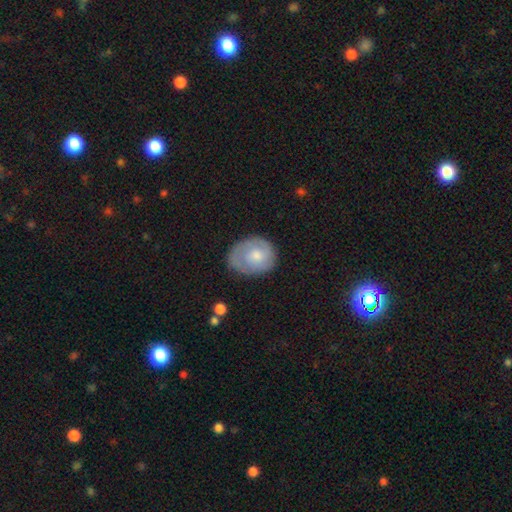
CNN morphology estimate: The model was most divided on "how rounded": in between: 51%, round: 48%, cigar-shaped: 1%. More confident: merging — none (65%); smooth or featured — smooth (57%).